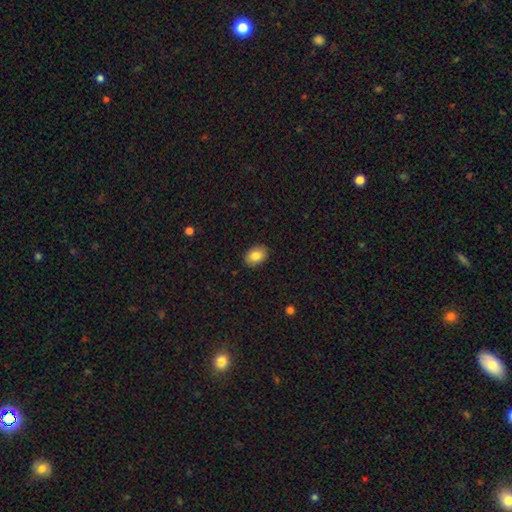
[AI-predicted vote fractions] Morphology: type=smooth (85%); roundness=in between (76%); merging=none (89%).